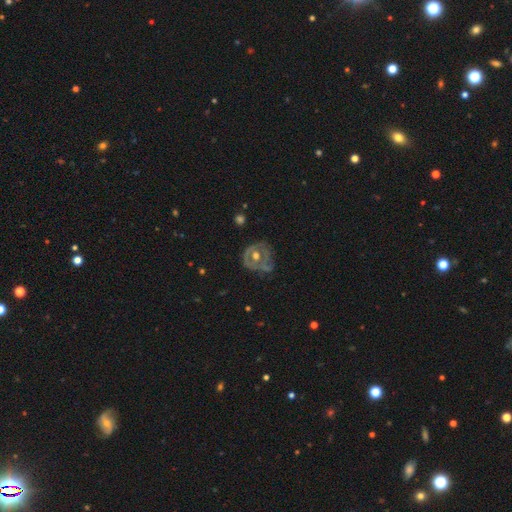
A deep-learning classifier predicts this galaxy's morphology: Smooth or featured? Predicted: featured or disk (p=0.62). Edge-on disk? Predicted: no (p=0.96). Bar? Predicted: no (p=0.81). Spiral arms? Predicted: no (p=0.74). Bulge size? Predicted: moderate (p=0.76). Merging? Predicted: none (p=0.52).